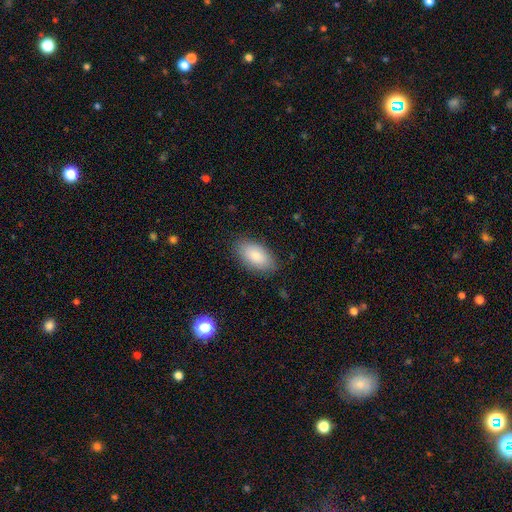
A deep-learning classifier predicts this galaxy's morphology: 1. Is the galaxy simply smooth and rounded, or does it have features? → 82% smooth, 11% featured or disk, 6% star or artifact.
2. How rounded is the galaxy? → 94% in between, 3% round, 2% cigar-shaped.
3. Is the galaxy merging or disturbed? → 85% none, 11% minor disturbance, 3% major disturbance, 1% merger.